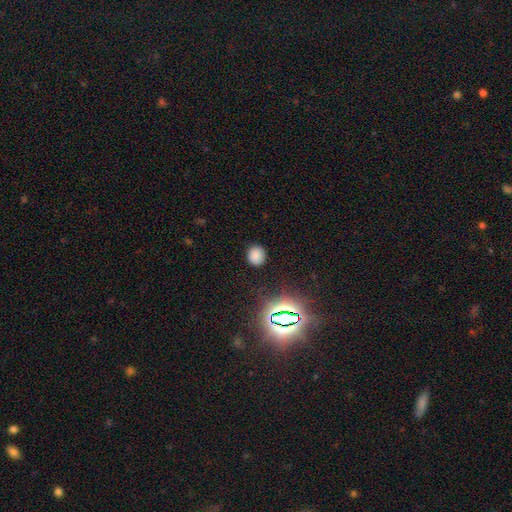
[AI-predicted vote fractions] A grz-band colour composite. It shows a smooth galaxy with no disk features (77%) that is round (75%). Merging: none (87%).